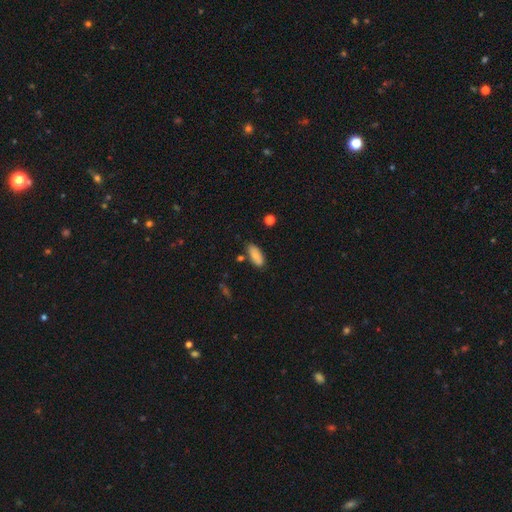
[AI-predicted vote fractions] smooth-or-featured: smooth: 83% | featured or disk: 10% | star or artifact: 7%
  how-rounded: in between: 86% | cigar-shaped: 12% | round: 2%
  merging: none: 78% | minor disturbance: 15% | merger: 4% | major disturbance: 3%